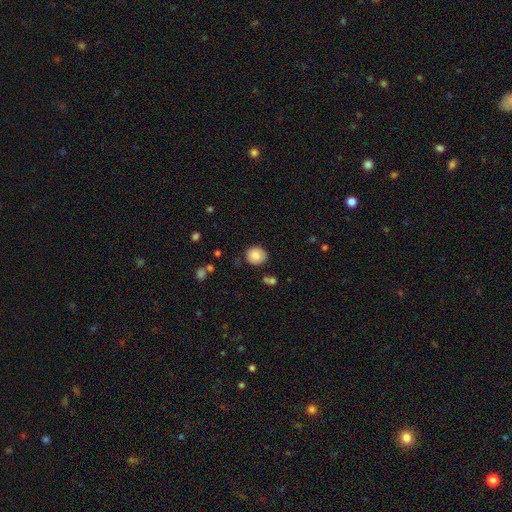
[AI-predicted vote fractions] This is likely a smooth galaxy (78%). How rounded: clearly round (81%). Merging: clearly none (83%).